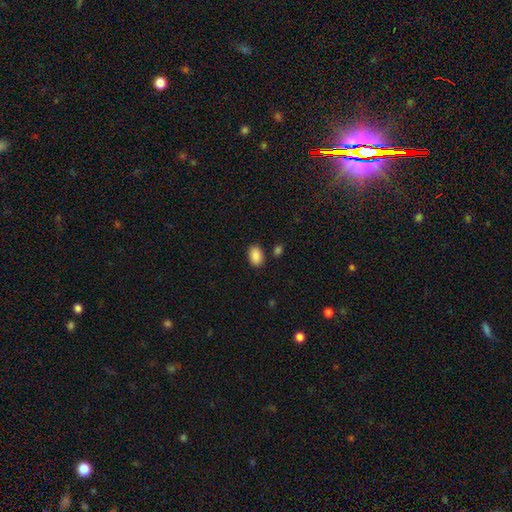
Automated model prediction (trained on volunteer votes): Overall: smooth (89%). How rounded: in between (89%). Merging: none (85%).